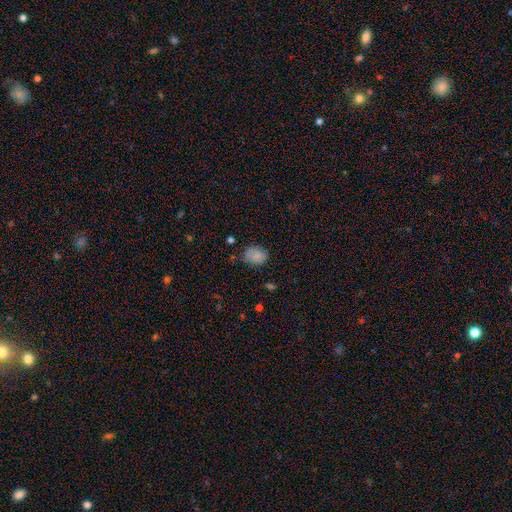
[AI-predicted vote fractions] smooth_or_featured: smooth (p=0.75) [alt: featured or disk p=0.14]
how_rounded: in between (p=0.56) [alt: round p=0.43]
merging: none (p=0.71) [alt: minor disturbance p=0.22]